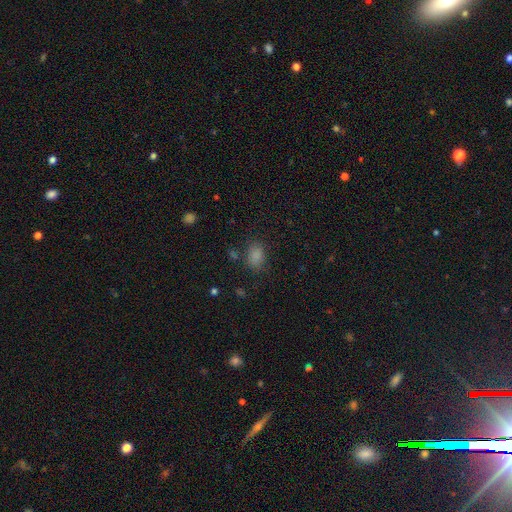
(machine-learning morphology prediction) Overall: smooth (82%). How rounded: in between (79%). Merging: none (75%).